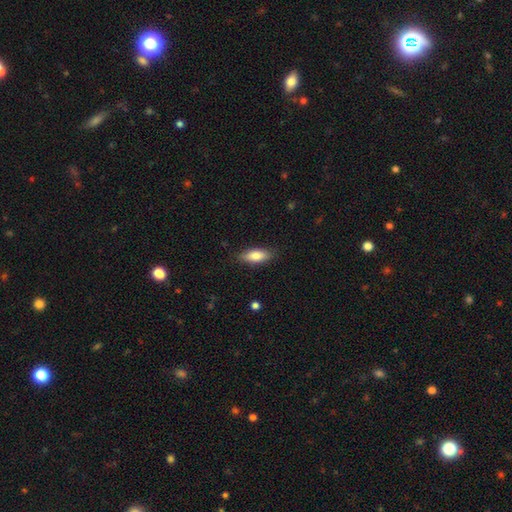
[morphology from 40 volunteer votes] Volunteers were most divided on "smooth or featured": smooth: 70%, featured or disk: 20%, star or artifact: 10%. More confident: merging — none (89%); how rounded — in between (86%).